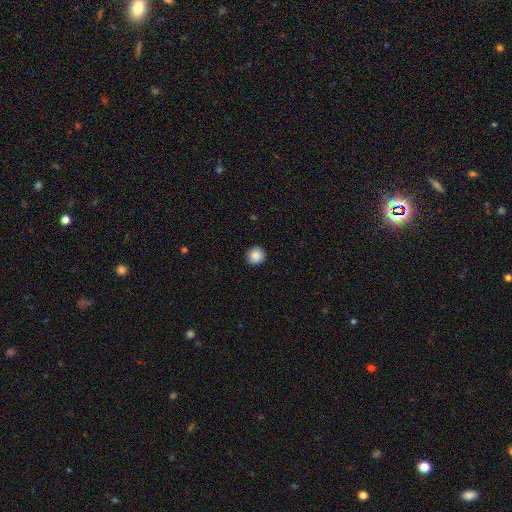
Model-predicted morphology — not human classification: Smooth or featured: smooth — 88% (star or artifact — 9%)
How rounded: round — 94% (in between — 5%)
Merging: none — 92% (minor disturbance — 6%)